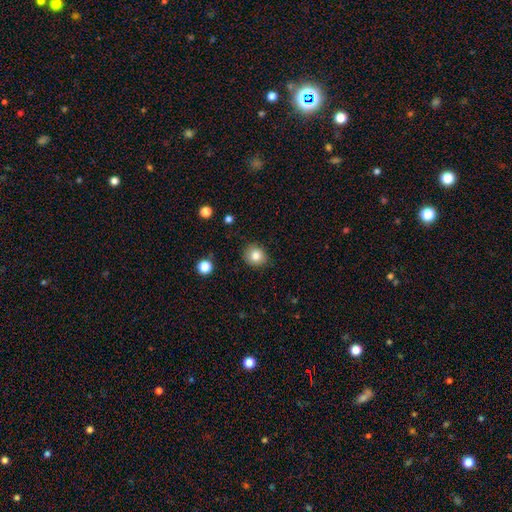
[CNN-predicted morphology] Overall: smooth (82%). How rounded: round (83%). Merging: none (84%).